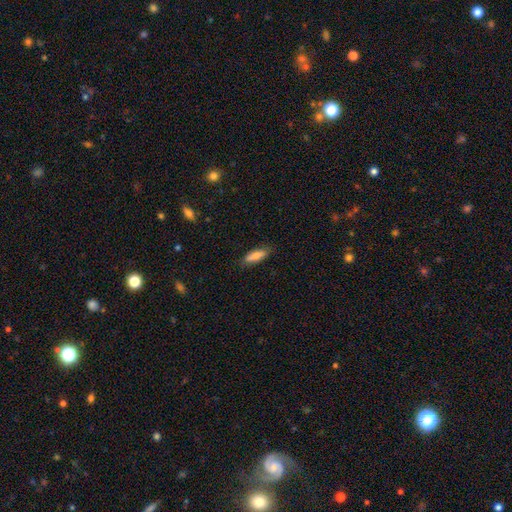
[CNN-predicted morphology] The model was most divided on "how rounded": in between: 53%, cigar-shaped: 45%, round: 2%. More confident: merging — none (83%); smooth or featured — smooth (74%).